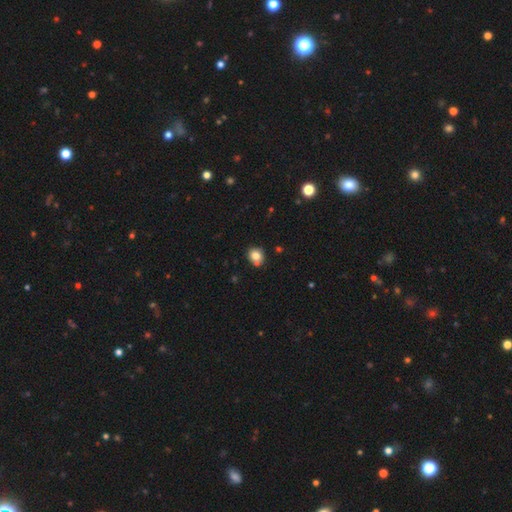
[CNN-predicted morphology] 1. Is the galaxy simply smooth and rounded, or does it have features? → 80% smooth, 11% star or artifact, 10% featured or disk.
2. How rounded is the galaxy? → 75% round, 24% in between, 1% cigar-shaped.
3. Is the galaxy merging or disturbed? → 72% none, 14% minor disturbance, 11% merger, 3% major disturbance.